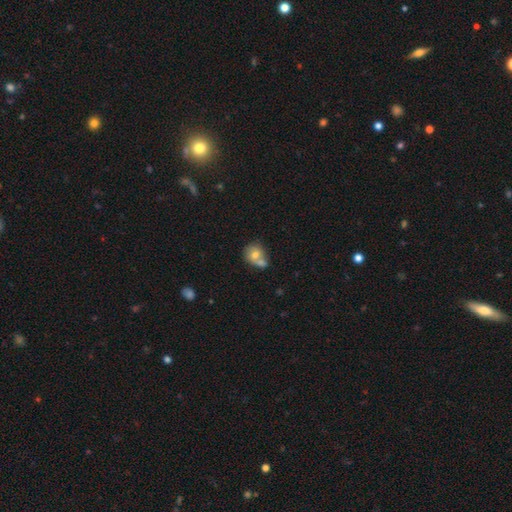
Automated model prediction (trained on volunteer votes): Overall: smooth (69%). How rounded: round (69%; in between 30%). Merging: merger (54%; none 30%).